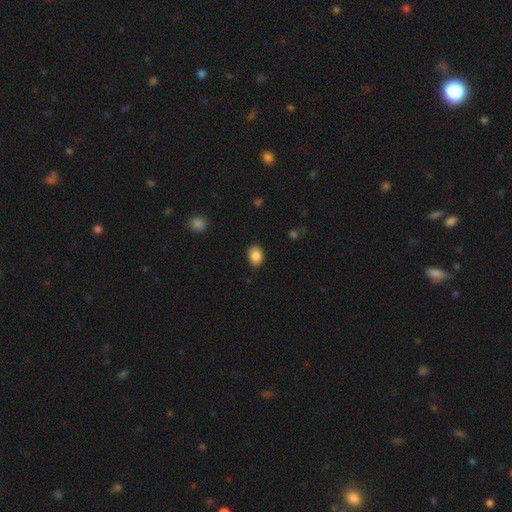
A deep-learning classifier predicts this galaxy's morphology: Smooth or featured? smooth (87%)
How rounded? in between (76%)
Merging? none (86%)